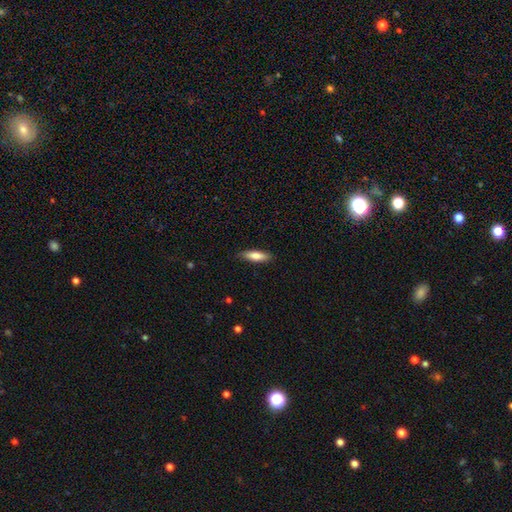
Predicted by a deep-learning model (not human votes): This appears to be a smooth galaxy with no disk features (78%) that is cigar-shaped (59%). Merging: none (87%).